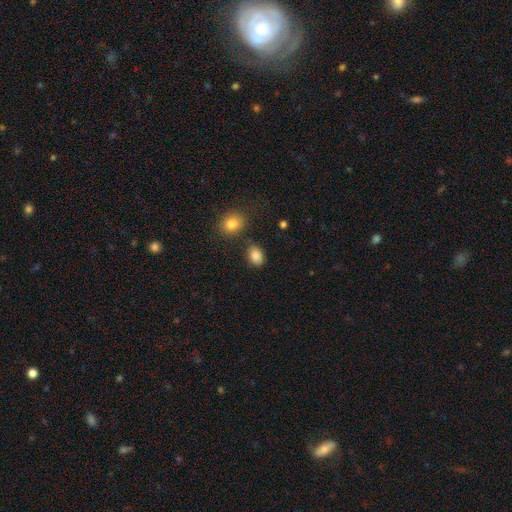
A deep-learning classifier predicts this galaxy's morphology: This appears to be a smooth galaxy with no disk features (86%) that is in between round and cigar-shaped (79%). Merging: none (75%).